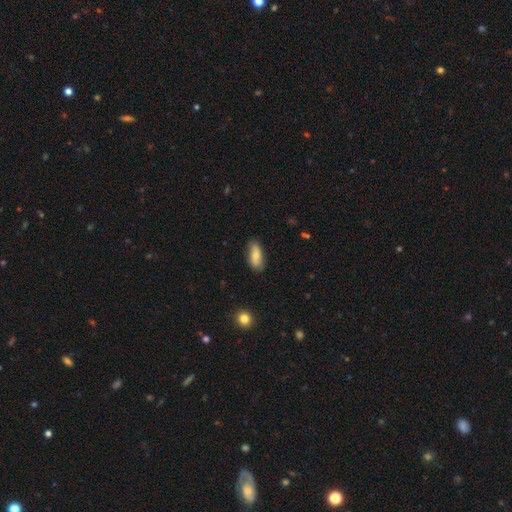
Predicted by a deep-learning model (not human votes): This appears to be a smooth galaxy with no disk features (67%) that is in between round and cigar-shaped (85%). Merging: none (79%).